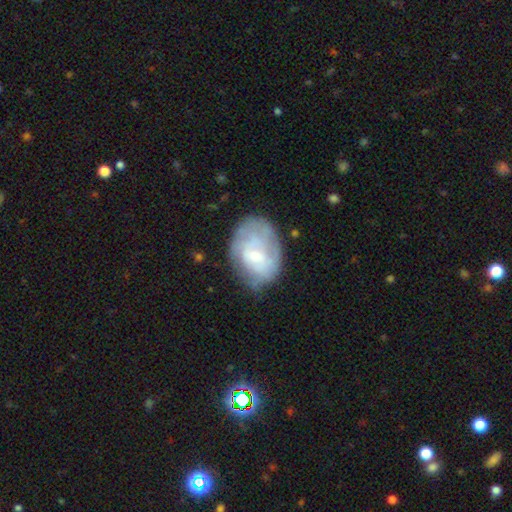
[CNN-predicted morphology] Smooth or featured? Predicted: featured or disk (p=0.50). Merging? Predicted: none (p=0.52).